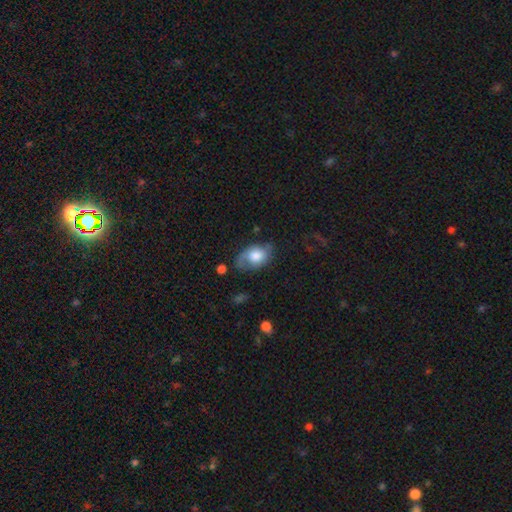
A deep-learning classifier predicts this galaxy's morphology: A smooth galaxy with no disk features (59%) that is in between round and cigar-shaped (84%). Merging: none (48%).